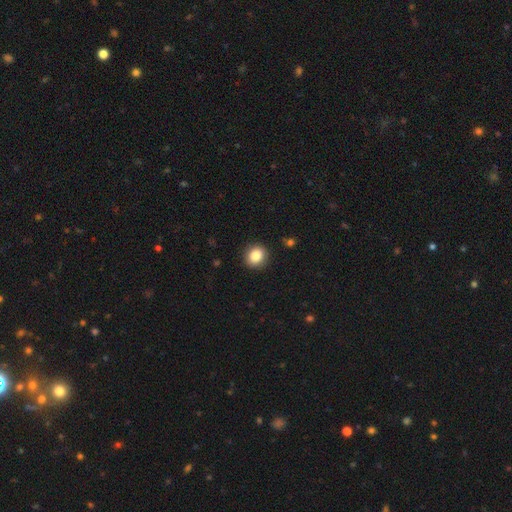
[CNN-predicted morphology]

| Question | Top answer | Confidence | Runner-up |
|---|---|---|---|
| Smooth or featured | smooth | 86% | star or artifact (9%) |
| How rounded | round | 80% | in between (19%) |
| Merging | none | 90% | minor disturbance (7%) |